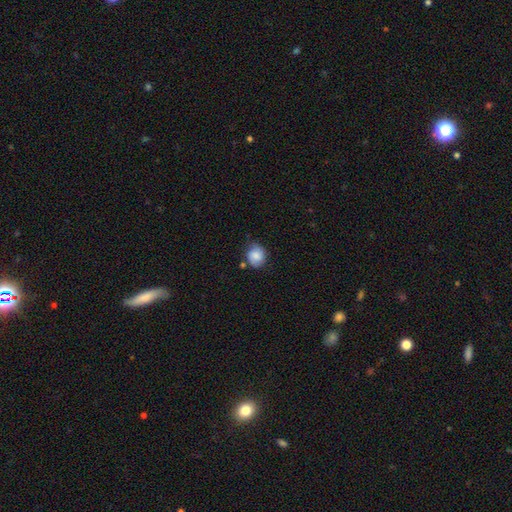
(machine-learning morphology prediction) type=smooth (66%); roundness=round (68%); merging=none (60%).